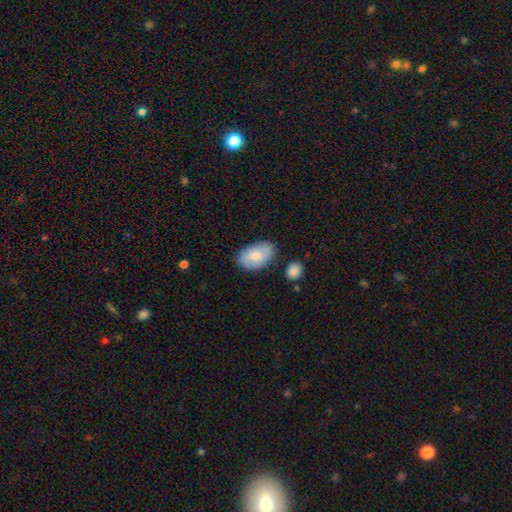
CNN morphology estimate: Smooth or featured? smooth (78%)
How rounded? in between (93%)
Merging? none (74%)